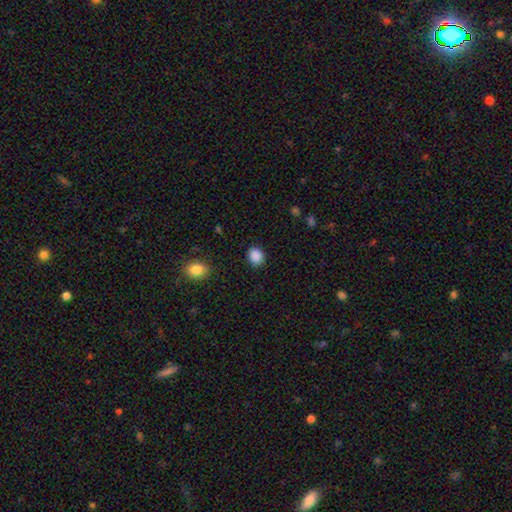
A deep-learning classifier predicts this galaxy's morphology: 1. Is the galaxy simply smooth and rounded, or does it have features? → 88% smooth, 9% star or artifact, 3% featured or disk.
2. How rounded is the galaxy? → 65% round, 34% in between, 1% cigar-shaped.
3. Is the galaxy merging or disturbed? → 87% none, 9% minor disturbance, 3% major disturbance, 1% merger.